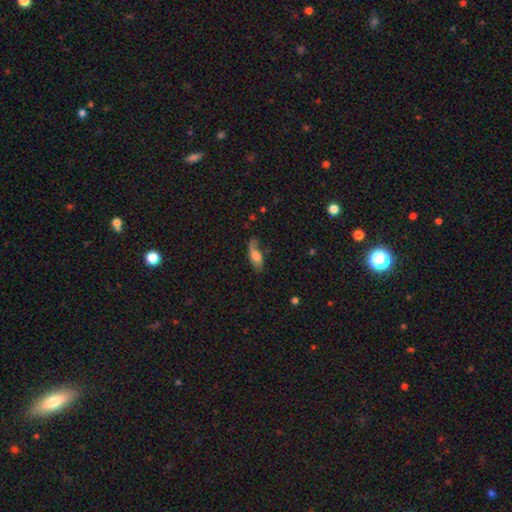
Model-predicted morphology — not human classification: smooth 54%, featured or disk 38%, star or artifact 9%. Down the decision tree: how rounded — in between (75%); merging — none (55%).